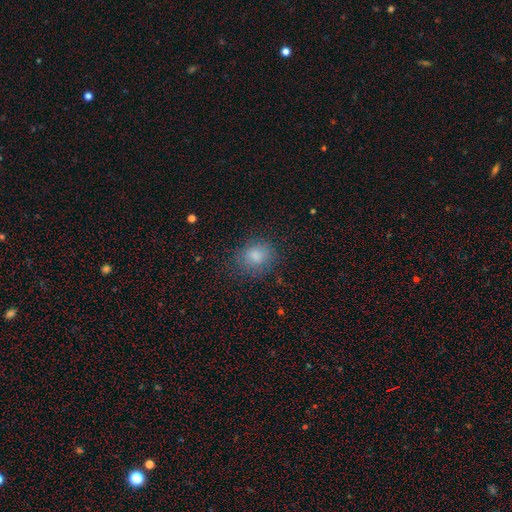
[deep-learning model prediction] This appears to be a smooth galaxy with no disk features (82%) that is round (60%). Merging: none (78%).